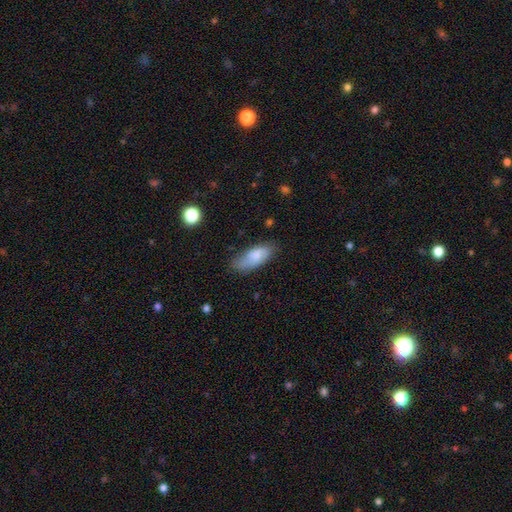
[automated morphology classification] A smooth galaxy with no disk features (75%) that is in between round and cigar-shaped (83%).

Vote fractions:
- Smooth or featured? smooth: 75% / featured or disk: 18% / star or artifact: 7%
- How rounded? in between: 83% / cigar-shaped: 15% / round: 2%
- Merging? none: 66% / minor disturbance: 26% / major disturbance: 6% / merger: 2%